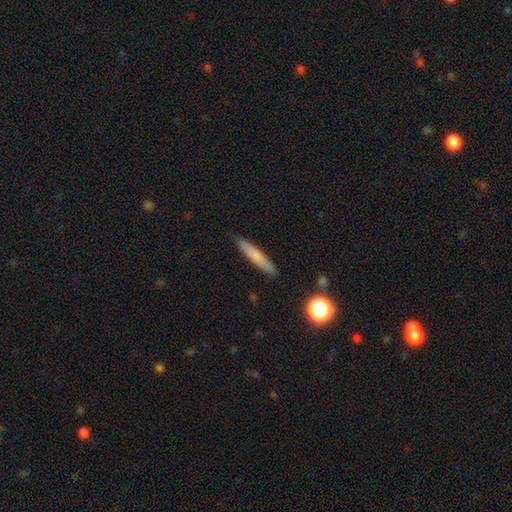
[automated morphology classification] smooth_or_featured: smooth (p=0.71) [alt: featured or disk p=0.21]
how_rounded: cigar-shaped (p=0.92) [alt: in between p=0.06]
merging: none (p=0.90) [alt: minor disturbance p=0.07]